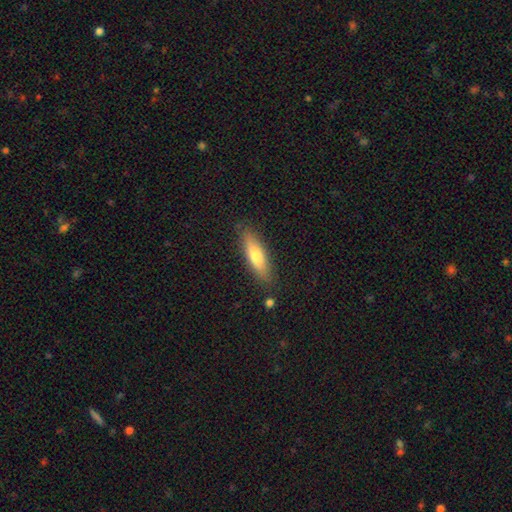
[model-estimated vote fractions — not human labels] Morphology: type=smooth (67%); roundness=cigar-shaped (66%); merging=none (86%).